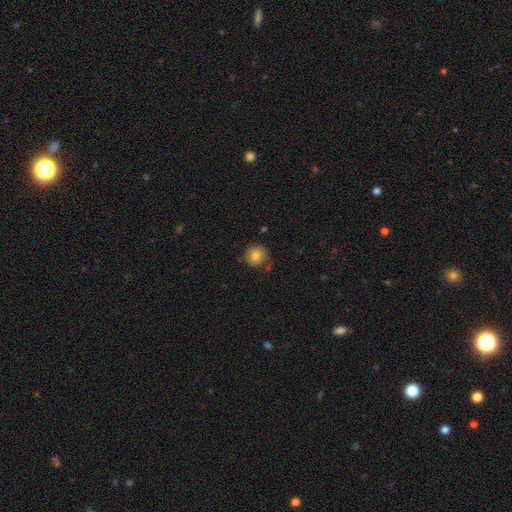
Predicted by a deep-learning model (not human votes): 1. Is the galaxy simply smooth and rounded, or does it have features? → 79% smooth, 11% featured or disk, 10% star or artifact.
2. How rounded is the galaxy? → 92% round, 7% in between, 1% cigar-shaped.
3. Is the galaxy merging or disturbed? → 78% none, 14% minor disturbance, 4% major disturbance, 4% merger.